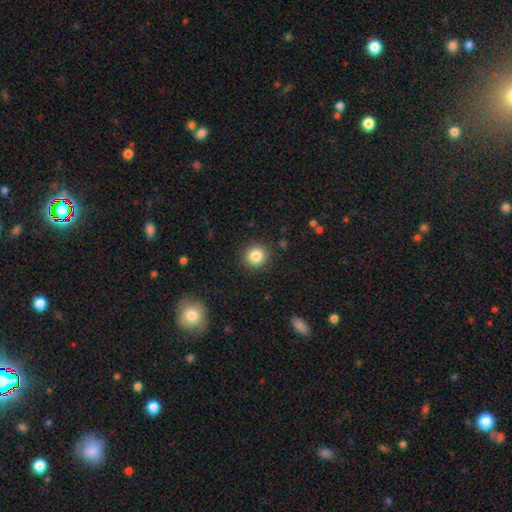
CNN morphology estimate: smooth-or-featured: smooth: 85% | star or artifact: 10% | featured or disk: 5%
  how-rounded: round: 92% | in between: 7% | cigar-shaped: 1%
  merging: none: 89% | minor disturbance: 7% | major disturbance: 2% | merger: 1%